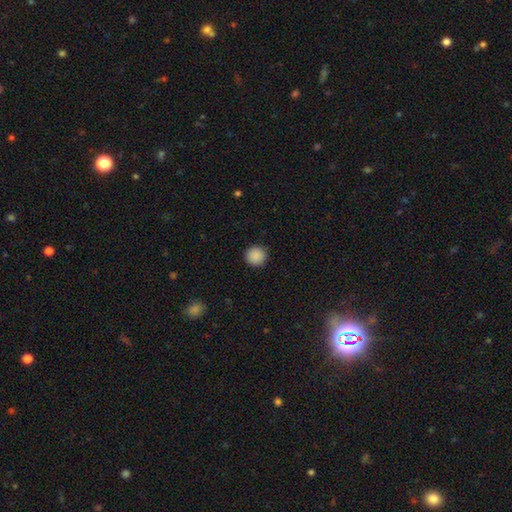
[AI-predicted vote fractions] smooth_or_featured: smooth (p=0.89) [alt: star or artifact p=0.09]
how_rounded: round (p=0.95) [alt: in between p=0.04]
merging: none (p=0.91) [alt: minor disturbance p=0.06]